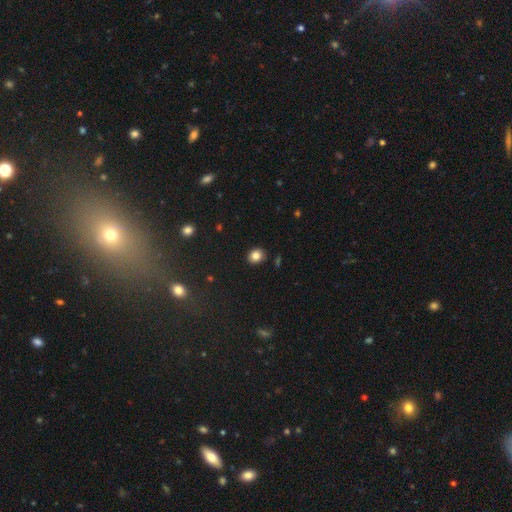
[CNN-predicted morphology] Smooth or featured?
  - smooth: 84% *
  - star or artifact: 11%
  - featured or disk: 6%
How rounded?
  - round: 63% *
  - in between: 36%
  - cigar-shaped: 1%
Merging?
  - none: 88% *
  - minor disturbance: 8%
  - major disturbance: 2%
  - merger: 2%